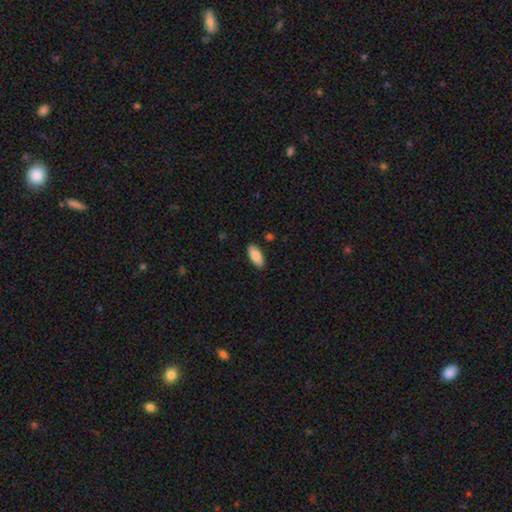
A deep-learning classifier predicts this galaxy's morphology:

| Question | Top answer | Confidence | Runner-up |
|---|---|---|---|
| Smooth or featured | smooth | 87% | featured or disk (7%) |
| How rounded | in between | 88% | cigar-shaped (10%) |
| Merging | none | 87% | minor disturbance (10%) |